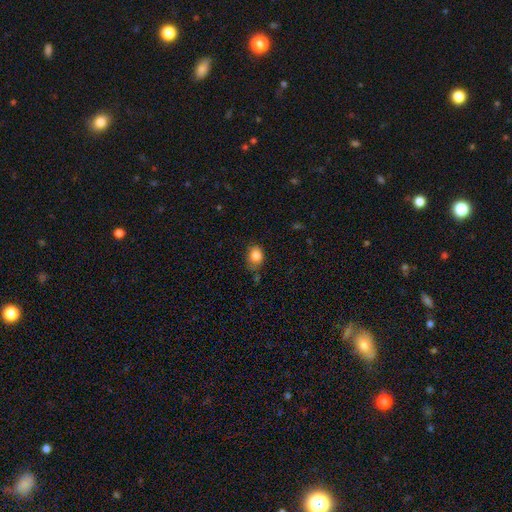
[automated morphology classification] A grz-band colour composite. It shows a smooth galaxy with no disk features (85%) that is in between round and cigar-shaped (51%). Merging: none (65%).